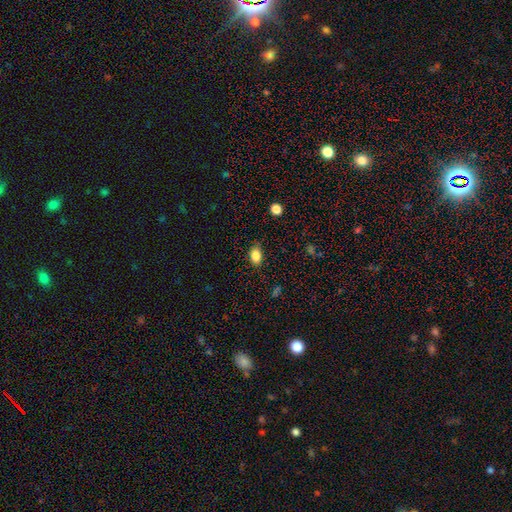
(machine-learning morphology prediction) This appears to be a smooth galaxy with no disk features (83%) that is in between round and cigar-shaped (78%). Merging: none (81%).